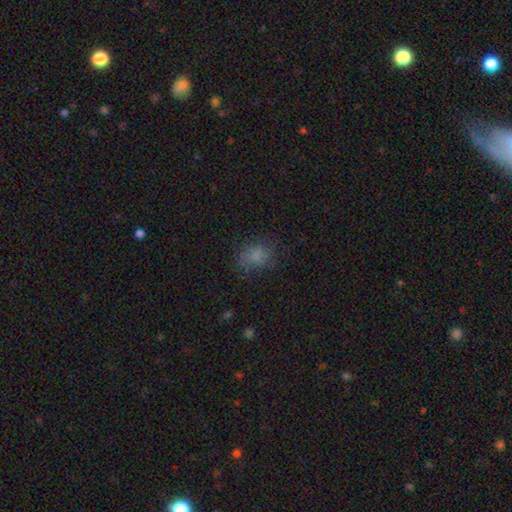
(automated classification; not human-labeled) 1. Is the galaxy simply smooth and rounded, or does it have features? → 76% smooth, 14% star or artifact, 10% featured or disk.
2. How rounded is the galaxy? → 64% in between, 34% round, 1% cigar-shaped.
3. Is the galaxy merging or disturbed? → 63% none, 23% minor disturbance, 12% major disturbance, 2% merger.